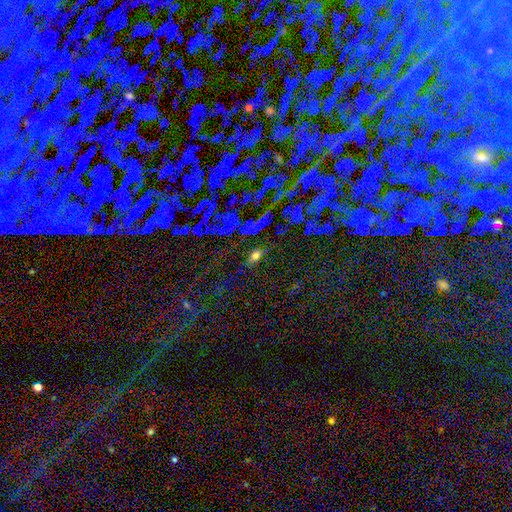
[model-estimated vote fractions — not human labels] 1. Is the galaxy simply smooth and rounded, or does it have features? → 48% smooth, 31% star or artifact, 20% featured or disk.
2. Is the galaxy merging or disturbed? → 77% none, 13% minor disturbance, 6% major disturbance, 3% merger.